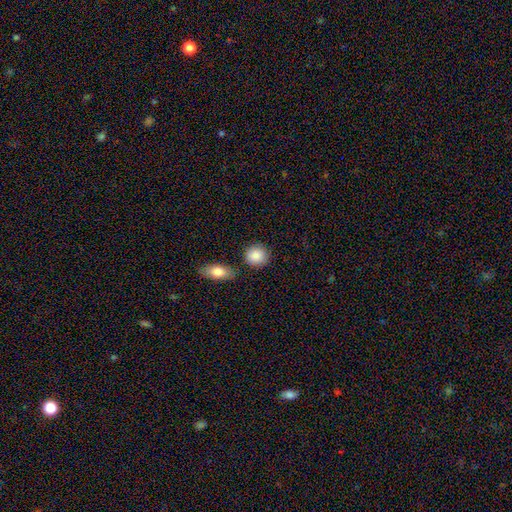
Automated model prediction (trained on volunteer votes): A smooth galaxy with no disk features (88%) that is round (82%).

Vote fractions:
- Smooth or featured? smooth: 88% / star or artifact: 6% / featured or disk: 5%
- How rounded? round: 82% / in between: 16% / cigar-shaped: 2%
- Merging? none: 83% / minor disturbance: 9% / merger: 6% / major disturbance: 3%